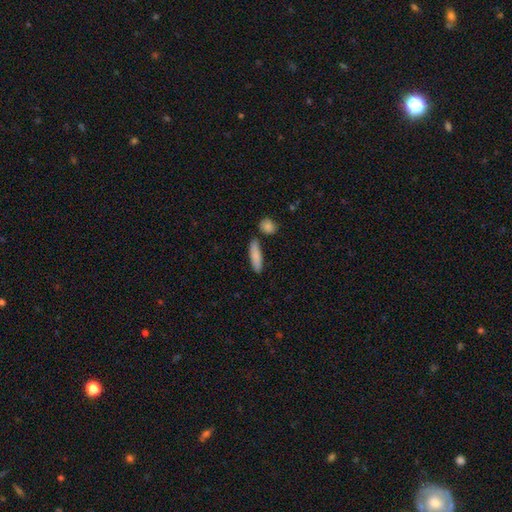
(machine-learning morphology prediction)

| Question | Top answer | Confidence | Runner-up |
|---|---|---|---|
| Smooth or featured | smooth | 83% | featured or disk (11%) |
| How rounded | cigar-shaped | 65% | in between (32%) |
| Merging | none | 81% | minor disturbance (10%) |